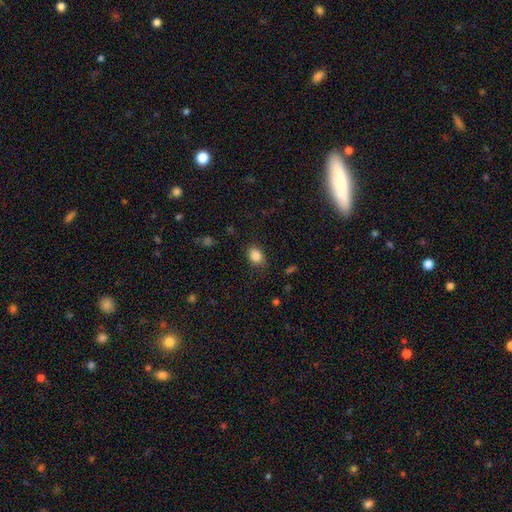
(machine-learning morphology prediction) smooth_or_featured: smooth (p=0.87) [alt: star or artifact p=0.10]
how_rounded: in between (p=0.60) [alt: round p=0.39]
merging: none (p=0.76) [alt: minor disturbance p=0.18]